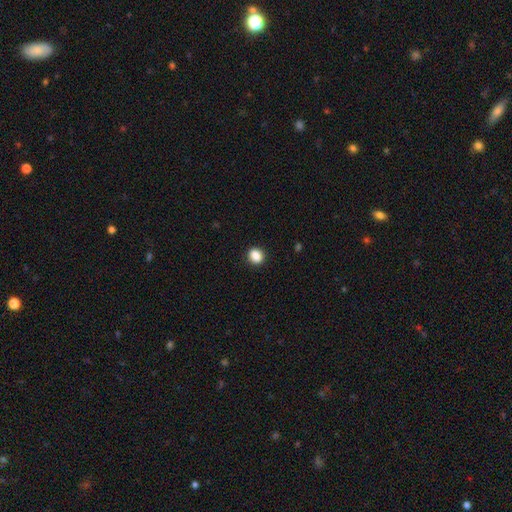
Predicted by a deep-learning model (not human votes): A smooth galaxy with no disk features (87%) that is round (66%). Merging: none (90%).